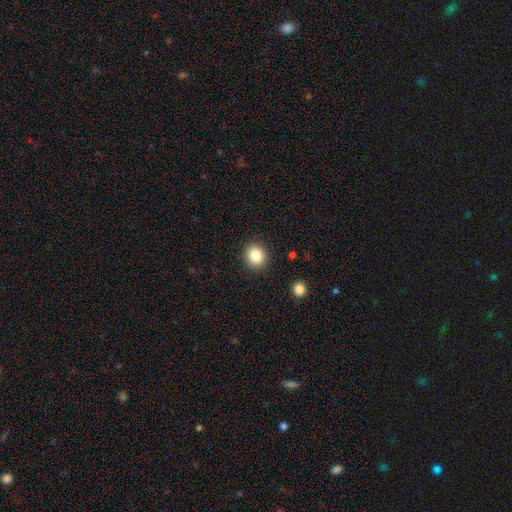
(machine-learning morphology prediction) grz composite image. It shows a smooth galaxy with no disk features (84%) that is round (86%). Merging: none (90%).